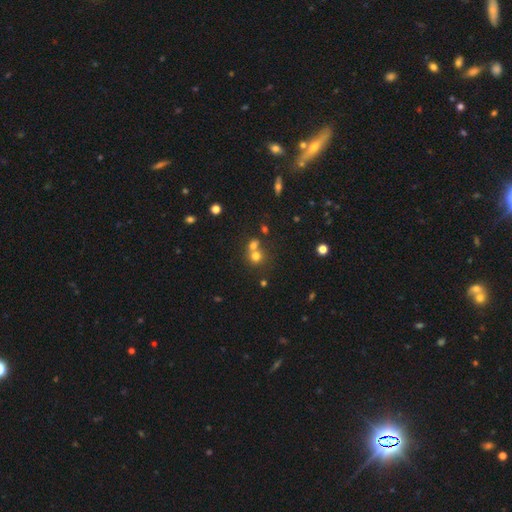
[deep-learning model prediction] The model was most divided on "merging": merger: 47%, none: 44%, minor disturbance: 6%, major disturbance: 3%. More confident: how rounded — round (85%); smooth or featured — smooth (69%).